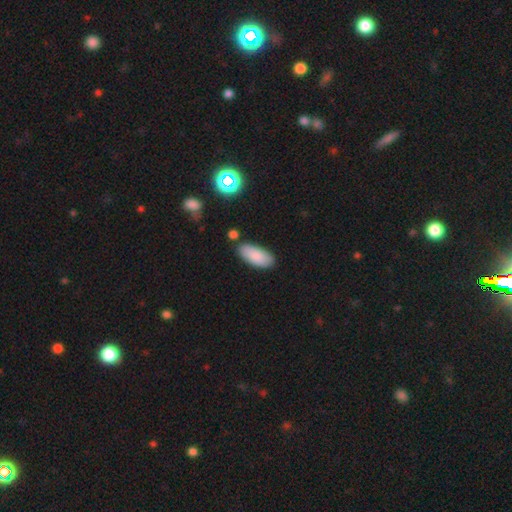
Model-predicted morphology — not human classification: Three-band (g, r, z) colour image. It shows a smooth galaxy with no disk features (87%) that is in between round and cigar-shaped (88%). Merging: none (79%).